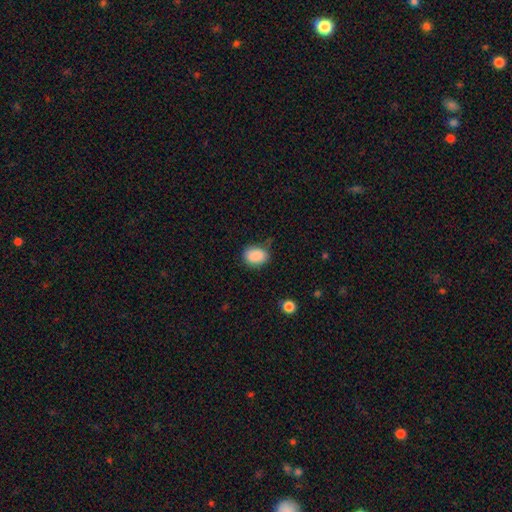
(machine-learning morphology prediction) Smooth or featured? Predicted: smooth (p=0.88). How rounded? Predicted: in between (p=0.63). Merging? Predicted: none (p=0.72).